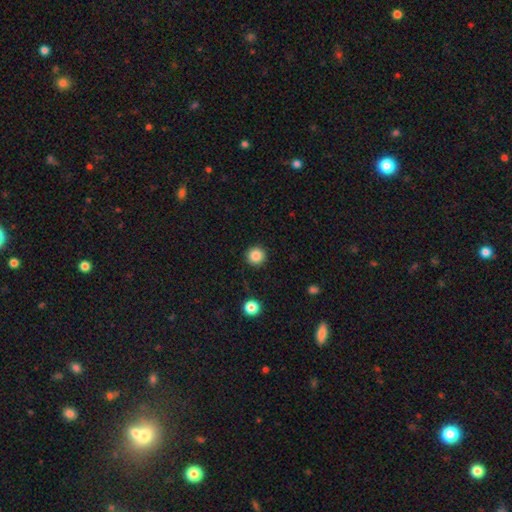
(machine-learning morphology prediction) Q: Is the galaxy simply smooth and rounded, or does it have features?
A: smooth — 86%.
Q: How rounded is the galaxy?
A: round — 95%.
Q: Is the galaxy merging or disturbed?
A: none — 92%.